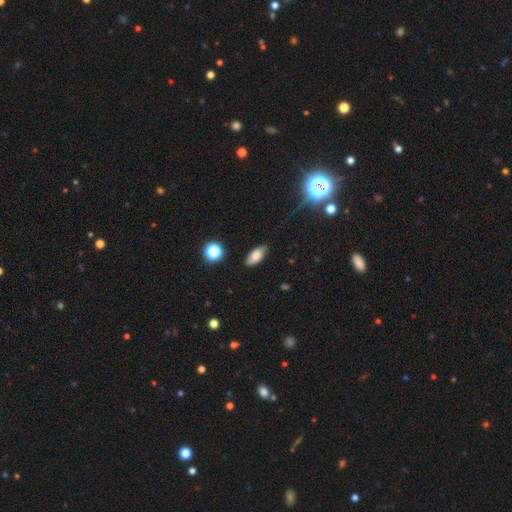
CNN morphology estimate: smooth 74%, featured or disk 15%, star or artifact 11%. Down the decision tree: how rounded — in between (86%); merging — none (82%).